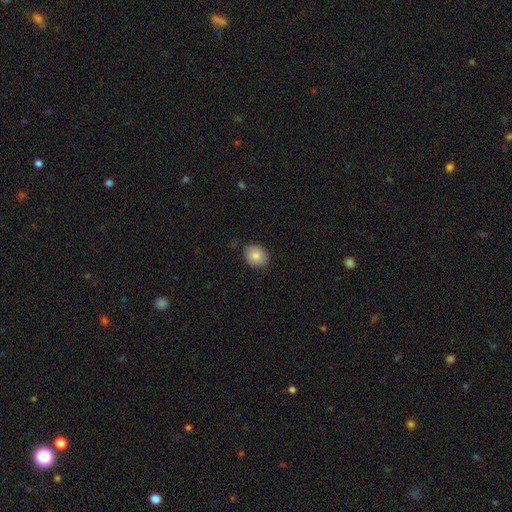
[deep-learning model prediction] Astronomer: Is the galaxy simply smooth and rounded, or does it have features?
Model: smooth — 85%.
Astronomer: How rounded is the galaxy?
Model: round — 69%.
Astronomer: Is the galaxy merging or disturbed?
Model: none — 83%.